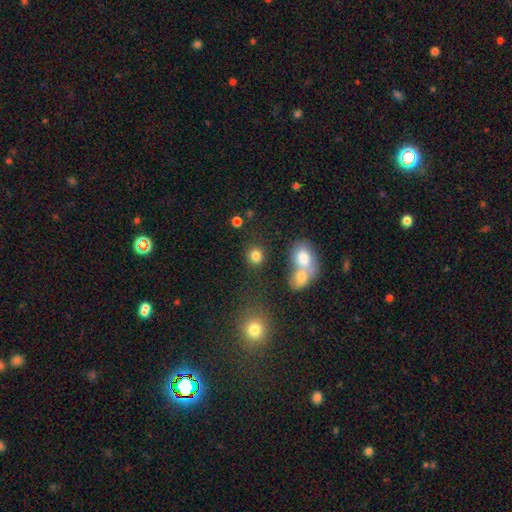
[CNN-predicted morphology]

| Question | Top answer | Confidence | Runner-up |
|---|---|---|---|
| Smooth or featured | smooth | 82% | star or artifact (12%) |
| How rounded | round | 80% | in between (19%) |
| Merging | none | 75% | merger (12%) |